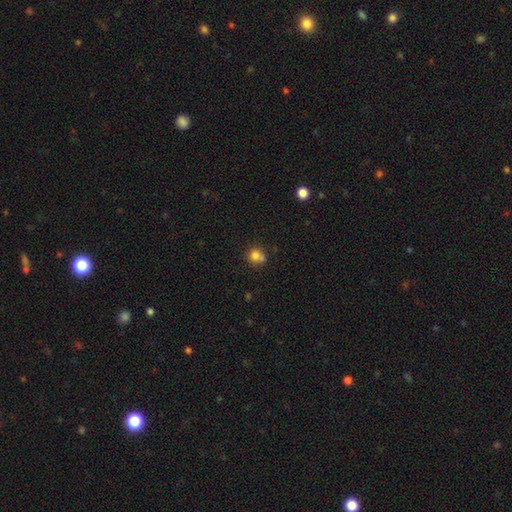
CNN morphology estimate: Smooth or featured? Predicted: smooth (p=0.78). How rounded? Predicted: round (p=0.85). Merging? Predicted: none (p=0.53).